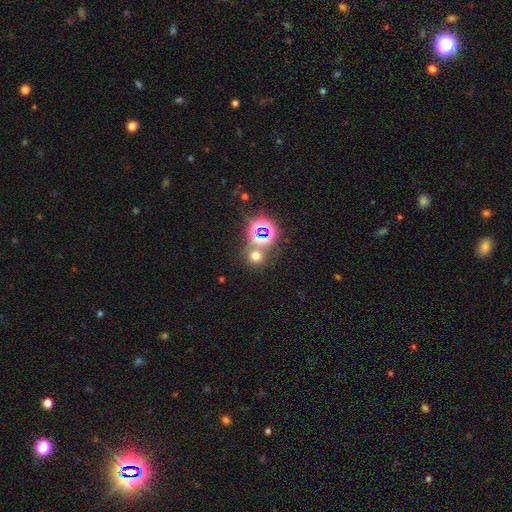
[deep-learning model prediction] Smooth or featured? smooth (55%)
How rounded? round (87%)
Merging? none (71%)